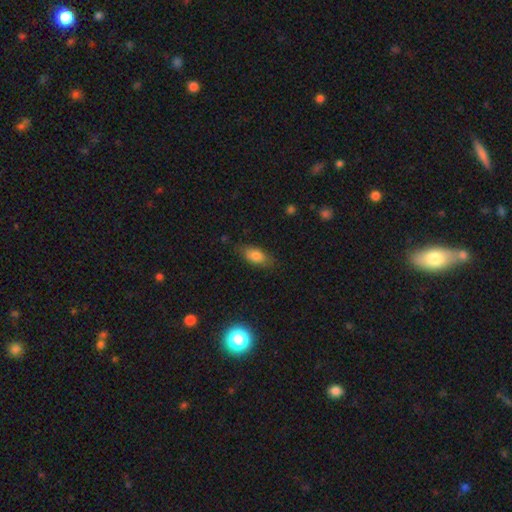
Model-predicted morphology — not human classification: Smooth or featured? smooth (78%)
How rounded? in between (85%)
Merging? none (78%)